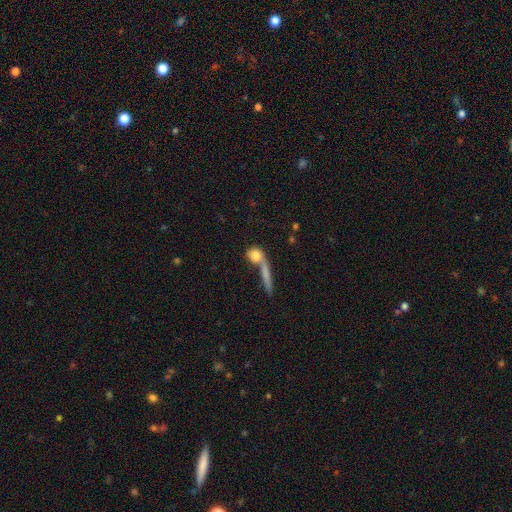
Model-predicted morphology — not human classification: Q: Smooth or featured?
A: smooth (73%); runner-up: featured or disk (18%)
Q: How rounded?
A: round (62%); runner-up: in between (23%)
Q: Merging?
A: none (42%); runner-up: merger (38%)